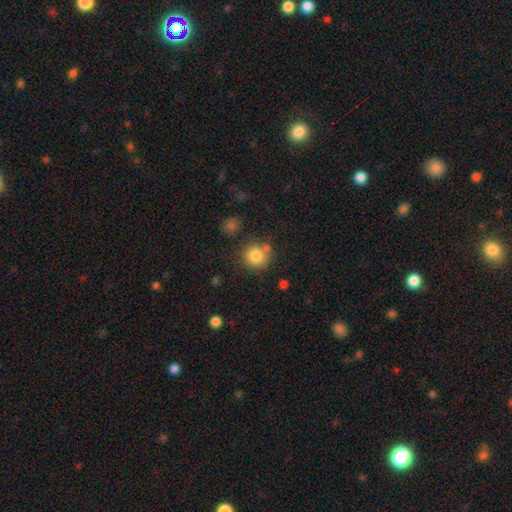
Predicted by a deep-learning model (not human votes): Smooth or featured?
  - smooth: 82% *
  - star or artifact: 11%
  - featured or disk: 7%
How rounded?
  - round: 92% *
  - in between: 7%
  - cigar-shaped: 1%
Merging?
  - none: 75% *
  - minor disturbance: 11%
  - merger: 11%
  - major disturbance: 4%